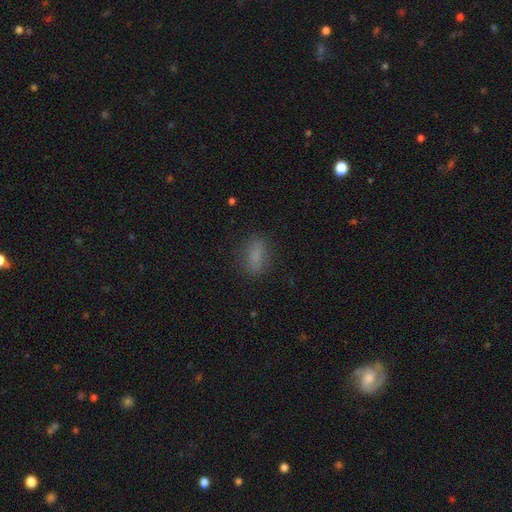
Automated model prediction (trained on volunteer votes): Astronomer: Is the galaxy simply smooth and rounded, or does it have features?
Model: smooth — 81%.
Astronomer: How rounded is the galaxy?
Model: in between — 74%.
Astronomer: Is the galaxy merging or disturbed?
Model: none — 83%.